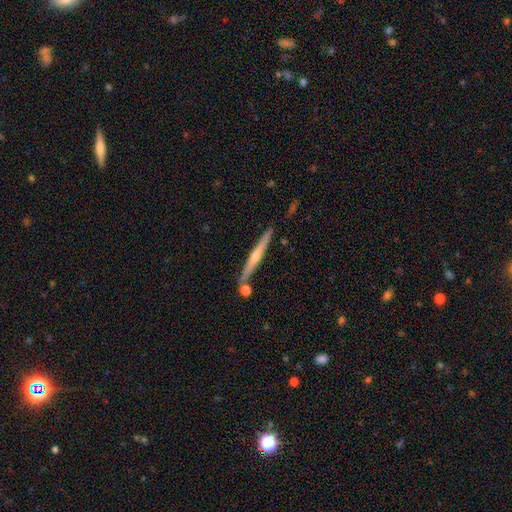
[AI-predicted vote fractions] The model was most divided on "smooth or featured": featured or disk: 75%, smooth: 19%, star or artifact: 6%. More confident: edge-on disk — yes (98%); merging — none (85%); edge-on bulge — rounded (83%).